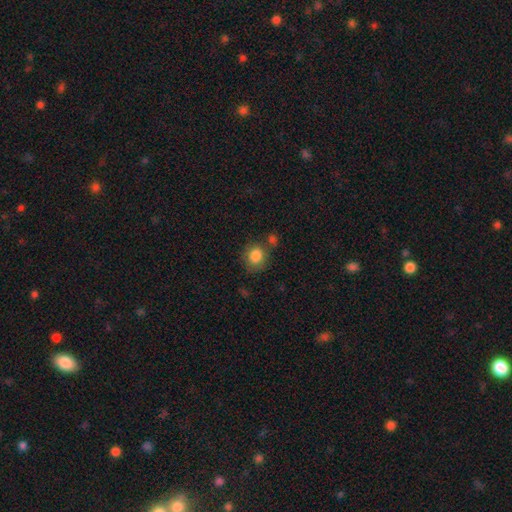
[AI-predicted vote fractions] smooth 85%, star or artifact 9%, featured or disk 6%. Down the decision tree: how rounded — round (72%); merging — none (68%).